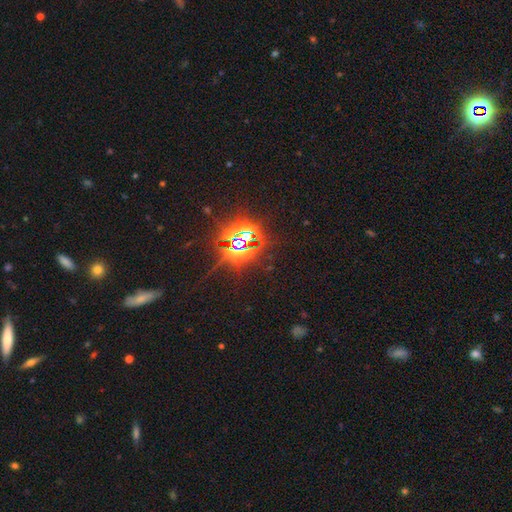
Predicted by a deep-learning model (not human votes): star or artifact 82%, smooth 11%, featured or disk 7%.